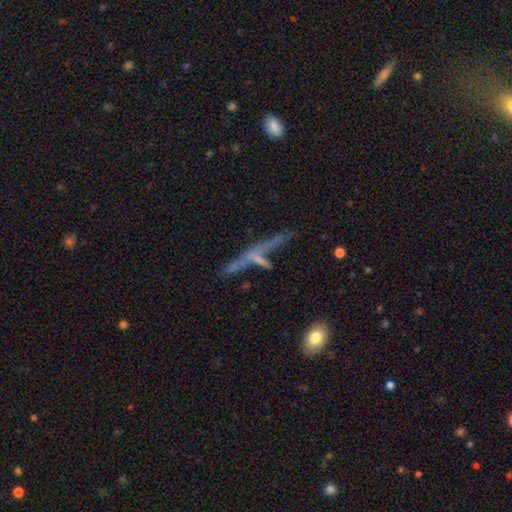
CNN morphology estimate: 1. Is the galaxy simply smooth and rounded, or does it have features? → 53% featured or disk, 33% smooth, 15% star or artifact.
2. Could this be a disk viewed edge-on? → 75% yes, 25% no.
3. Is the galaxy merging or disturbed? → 45% none, 26% merger, 15% minor disturbance, 14% major disturbance.